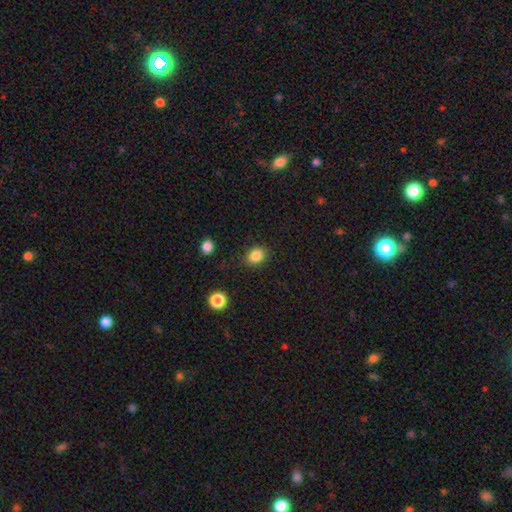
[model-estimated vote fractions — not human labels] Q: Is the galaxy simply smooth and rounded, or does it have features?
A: smooth — 85%.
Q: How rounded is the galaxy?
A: round — 51%.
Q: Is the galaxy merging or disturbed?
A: none — 84%.